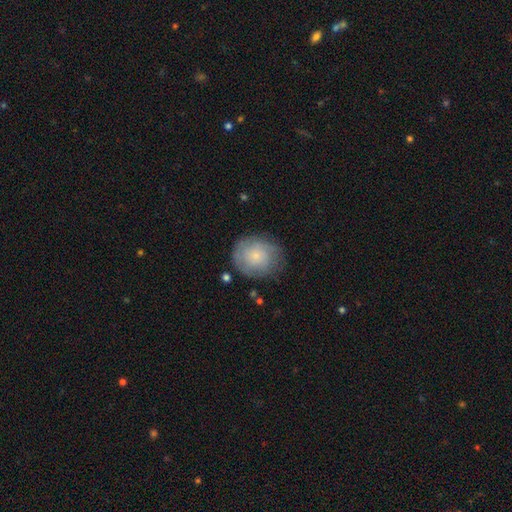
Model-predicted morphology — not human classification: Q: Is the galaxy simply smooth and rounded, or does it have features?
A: smooth — 55%.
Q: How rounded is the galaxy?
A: round — 76%.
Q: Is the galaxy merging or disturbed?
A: none — 74%.